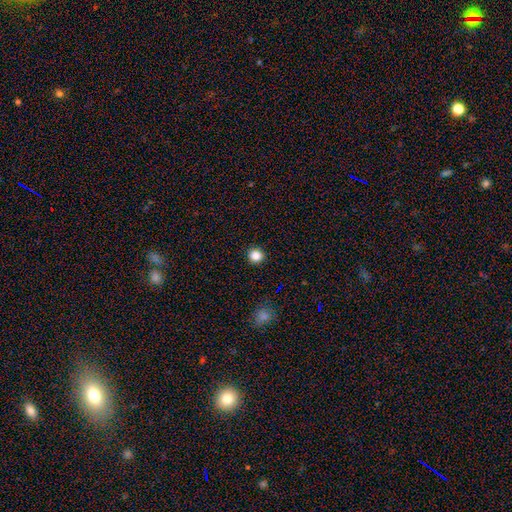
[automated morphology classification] Overall: smooth (85%). How rounded: round (94%). Merging: none (93%).